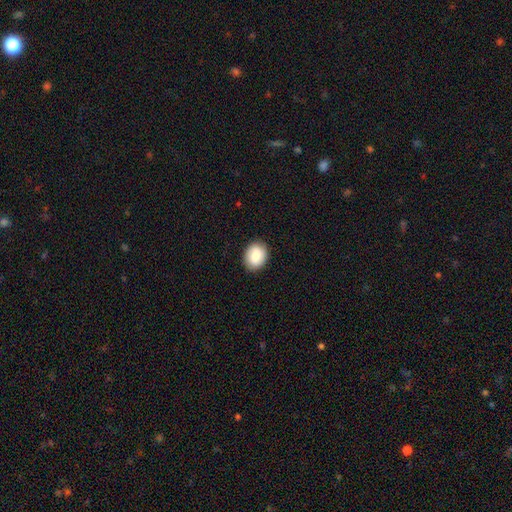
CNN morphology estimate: Smooth or featured?
  - smooth: 82% *
  - featured or disk: 11%
  - star or artifact: 7%
How rounded?
  - in between: 55% *
  - round: 44%
  - cigar-shaped: 1%
Merging?
  - none: 88% *
  - minor disturbance: 9%
  - major disturbance: 2%
  - merger: 1%